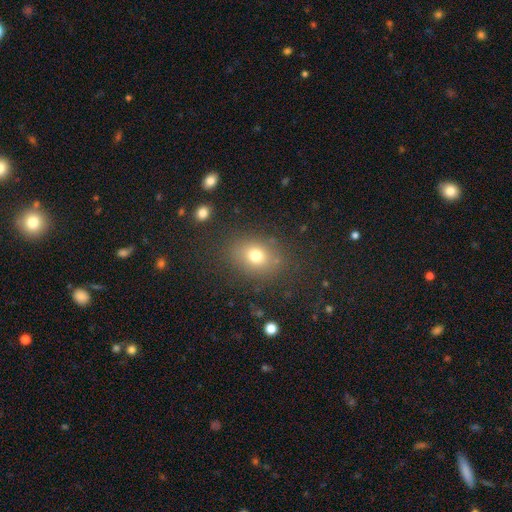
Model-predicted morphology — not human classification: A smooth galaxy with no disk features (74%) that is in between round and cigar-shaped (51%). Merging: none (81%).